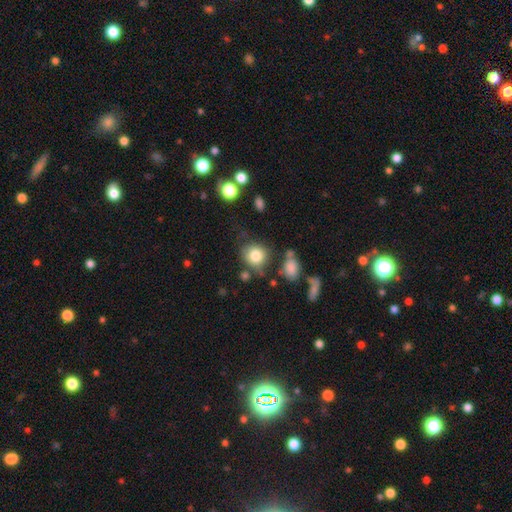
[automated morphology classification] Overall: smooth (81%). How rounded: round (80%). Merging: none (68%).